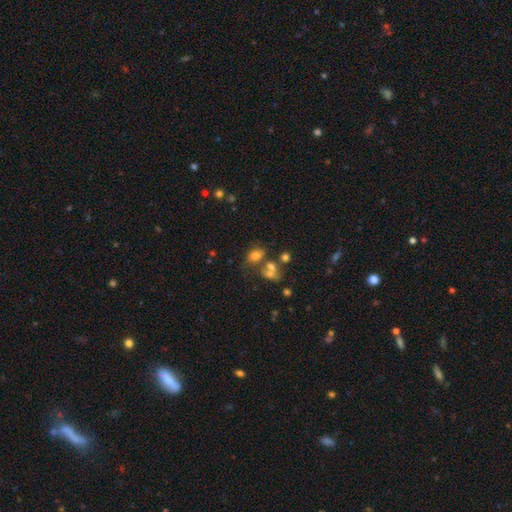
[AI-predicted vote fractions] smooth-or-featured: smooth: 71% | star or artifact: 16% | featured or disk: 13%
  how-rounded: in between: 71% | round: 28% | cigar-shaped: 1%
  merging: none: 51% | merger: 27% | minor disturbance: 14% | major disturbance: 7%